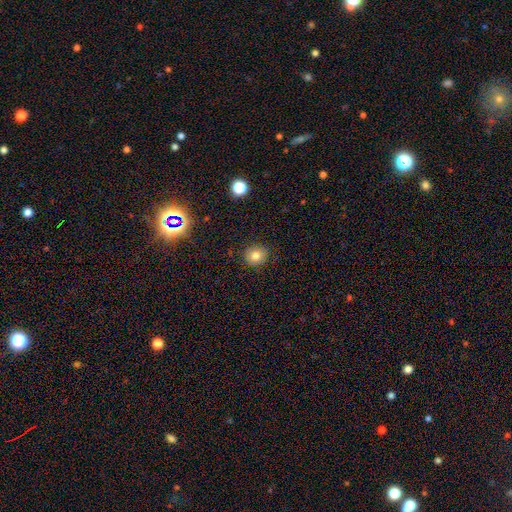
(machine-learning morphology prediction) This appears to be a smooth galaxy with no disk features (79%) that is round (83%). Merging: none (88%).